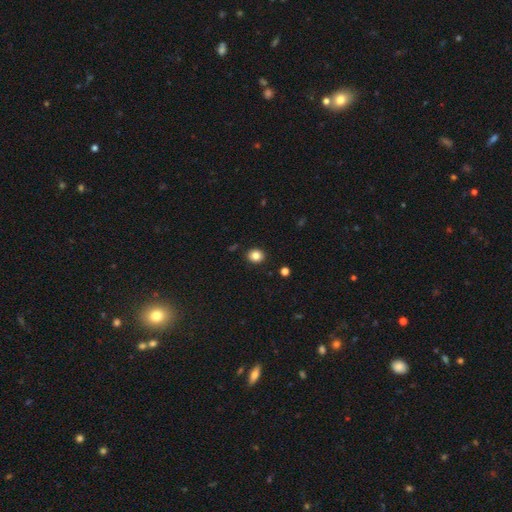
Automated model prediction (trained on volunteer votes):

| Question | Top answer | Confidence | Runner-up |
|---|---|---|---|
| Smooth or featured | smooth | 83% | star or artifact (11%) |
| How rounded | round | 70% | in between (29%) |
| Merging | none | 91% | minor disturbance (6%) |